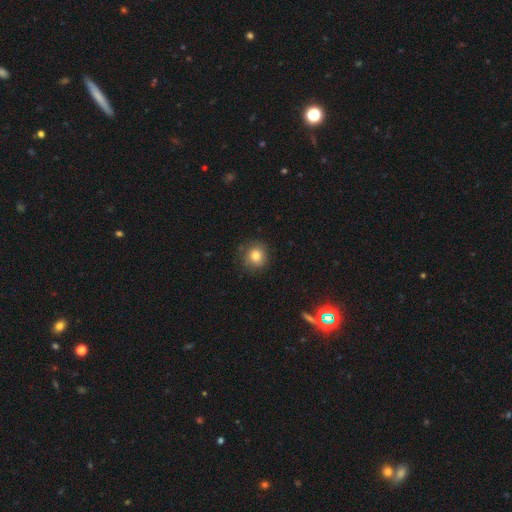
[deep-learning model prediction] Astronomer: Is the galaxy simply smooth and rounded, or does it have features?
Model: smooth — 80%.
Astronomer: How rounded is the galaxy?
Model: round — 89%.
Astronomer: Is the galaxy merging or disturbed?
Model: none — 81%.